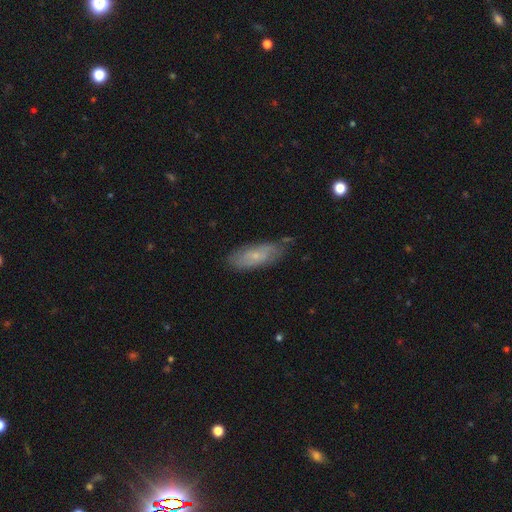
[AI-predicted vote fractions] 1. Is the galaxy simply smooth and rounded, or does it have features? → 54% smooth, 39% featured or disk, 7% star or artifact.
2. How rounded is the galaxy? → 70% in between, 27% cigar-shaped, 3% round.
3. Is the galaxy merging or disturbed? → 68% none, 25% minor disturbance, 5% major disturbance, 2% merger.